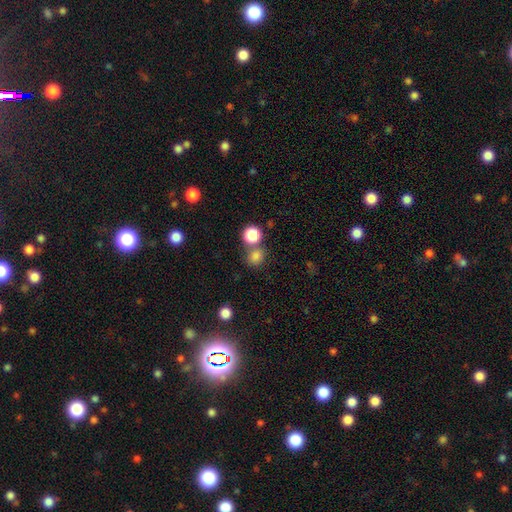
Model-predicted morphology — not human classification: type=smooth (79%); roundness=round (80%); merging=none (62%).